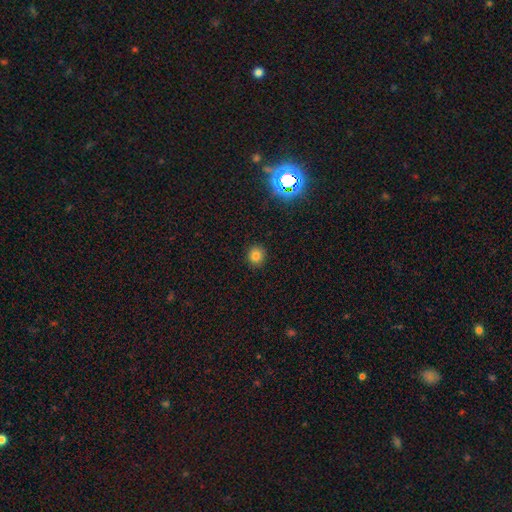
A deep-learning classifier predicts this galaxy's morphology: smooth-or-featured: smooth: 79% | star or artifact: 16% | featured or disk: 5%
  how-rounded: round: 88% | in between: 11% | cigar-shaped: 1%
  merging: none: 91% | minor disturbance: 6% | major disturbance: 2% | merger: 1%